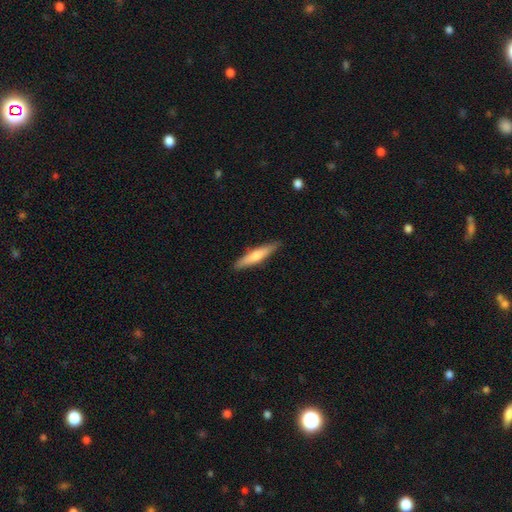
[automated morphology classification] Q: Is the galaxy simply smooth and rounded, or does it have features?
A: smooth — 61%.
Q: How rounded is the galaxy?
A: cigar-shaped — 87%.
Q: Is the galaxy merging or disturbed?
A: none — 89%.